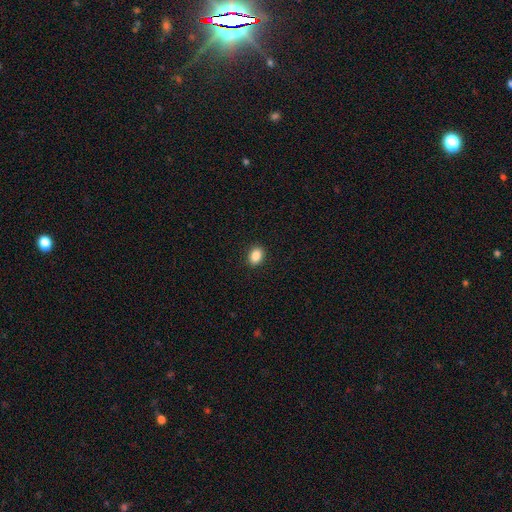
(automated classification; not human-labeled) smooth 88%, star or artifact 9%, featured or disk 3%. Down the decision tree: how rounded — in between (74%); merging — none (90%).